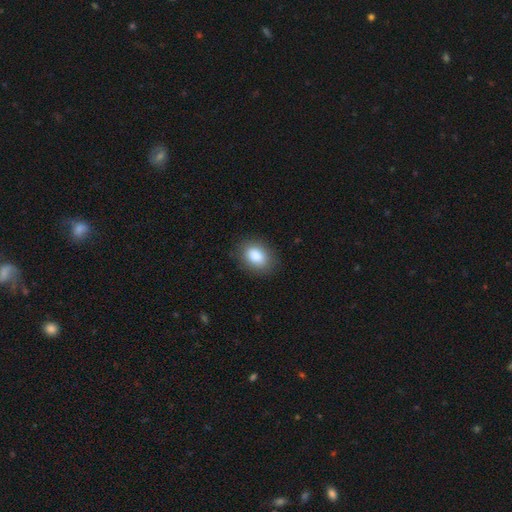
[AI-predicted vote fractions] A smooth galaxy with no disk features (87%) that is in between round and cigar-shaped (76%). Merging: none (84%).